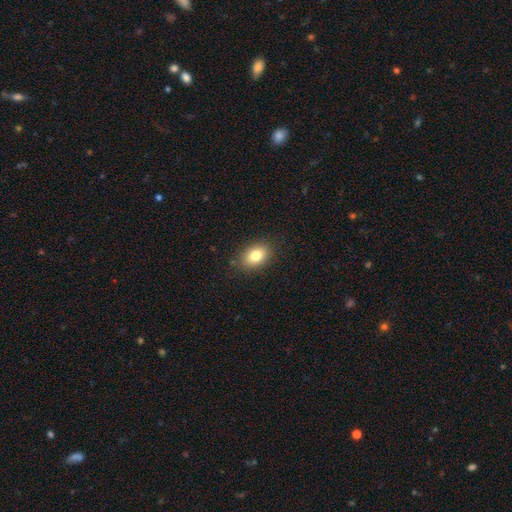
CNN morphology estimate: A smooth galaxy with no disk features (81%) that is in between round and cigar-shaped (82%). Merging: none (86%).